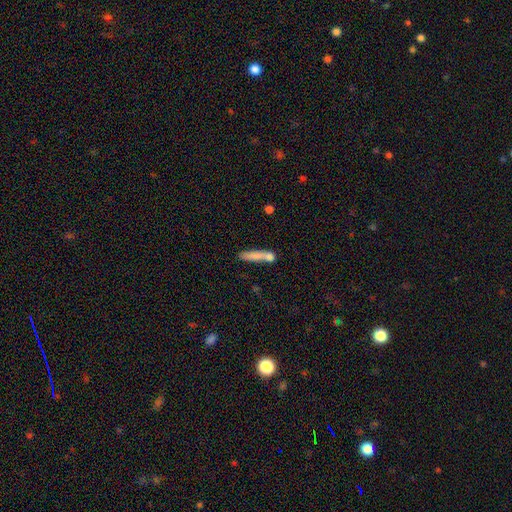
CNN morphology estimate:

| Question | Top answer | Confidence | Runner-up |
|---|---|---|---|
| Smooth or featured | smooth | 75% | featured or disk (17%) |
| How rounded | cigar-shaped | 87% | in between (11%) |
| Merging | none | 55% | merger (26%) |